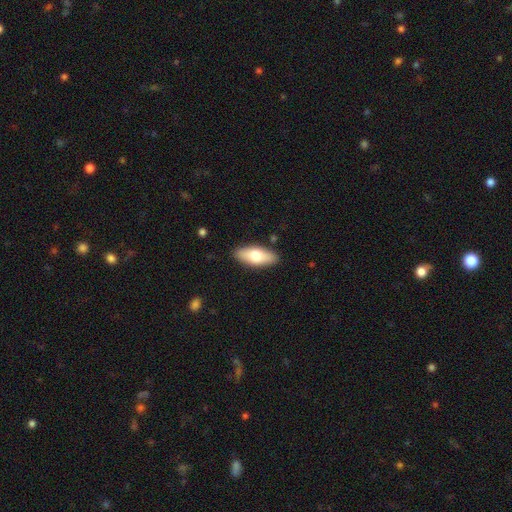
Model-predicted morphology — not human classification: Smooth or featured: smooth — 69% (featured or disk — 25%)
How rounded: in between — 80% (cigar-shaped — 17%)
Merging: none — 88% (minor disturbance — 9%)